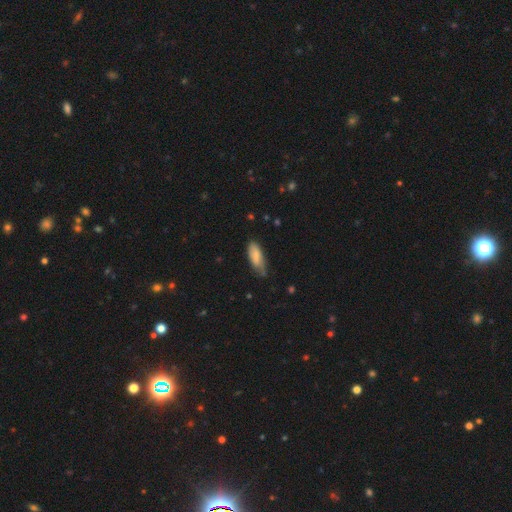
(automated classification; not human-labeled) smooth_or_featured: smooth (p=0.80) [alt: featured or disk p=0.14]
how_rounded: in between (p=0.71) [alt: cigar-shaped p=0.27]
merging: none (p=0.52) [alt: minor disturbance p=0.38]